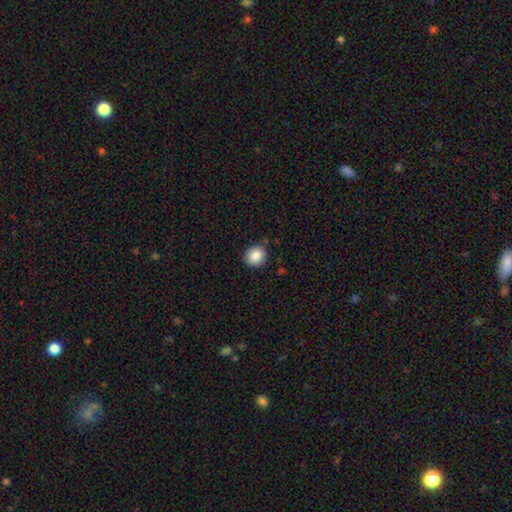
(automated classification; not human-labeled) smooth 87%, star or artifact 8%, featured or disk 4%. Down the decision tree: how rounded — round (75%); merging — none (85%).